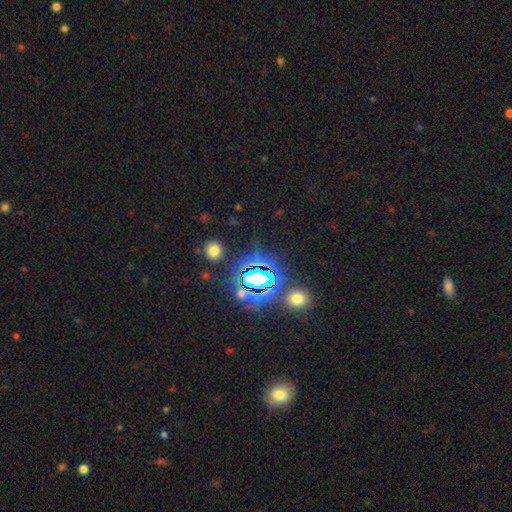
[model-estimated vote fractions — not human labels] Q: Smooth or featured?
A: star or artifact (80%); runner-up: smooth (14%)